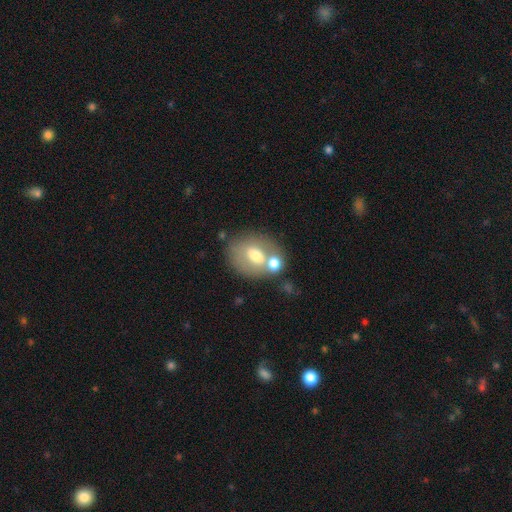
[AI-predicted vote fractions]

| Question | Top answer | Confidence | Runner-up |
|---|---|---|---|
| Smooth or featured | smooth | 60% | featured or disk (32%) |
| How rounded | in between | 60% | round (39%) |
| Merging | none | 46% | merger (34%) |